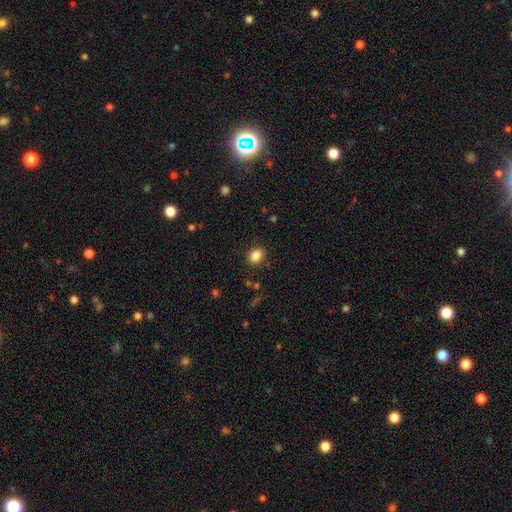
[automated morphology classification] A smooth galaxy with no disk features (86%) that is in between round and cigar-shaped (54%).

Vote fractions:
- Smooth or featured? smooth: 86% / star or artifact: 10% / featured or disk: 5%
- How rounded? in between: 54% / round: 45% / cigar-shaped: 1%
- Merging? none: 87% / minor disturbance: 9% / major disturbance: 3% / merger: 2%